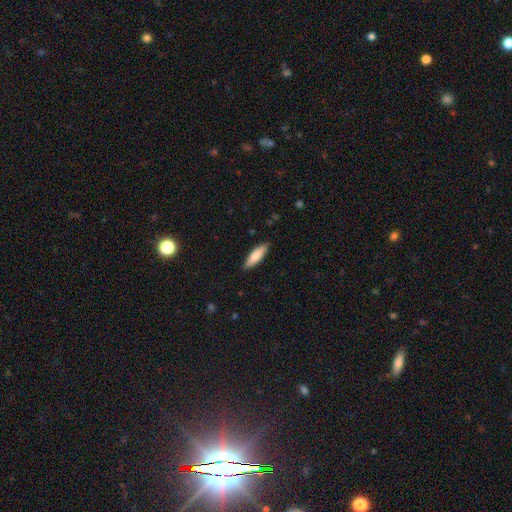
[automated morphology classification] Q: Smooth or featured?
A: smooth (79%); runner-up: featured or disk (15%)
Q: How rounded?
A: cigar-shaped (56%); runner-up: in between (42%)
Q: Merging?
A: none (88%); runner-up: minor disturbance (9%)